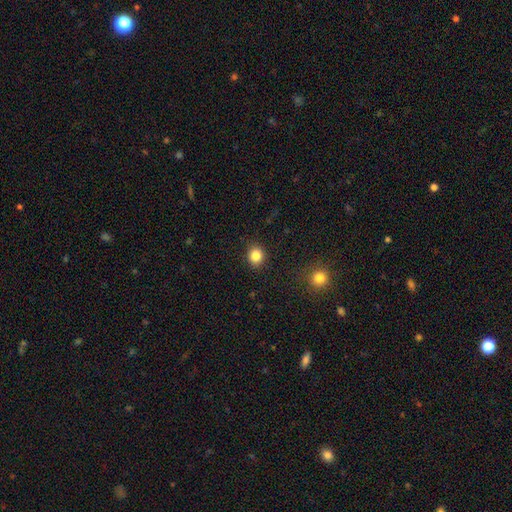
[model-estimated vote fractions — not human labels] A smooth galaxy with no disk features (84%) that is round (76%). Merging: none (89%).